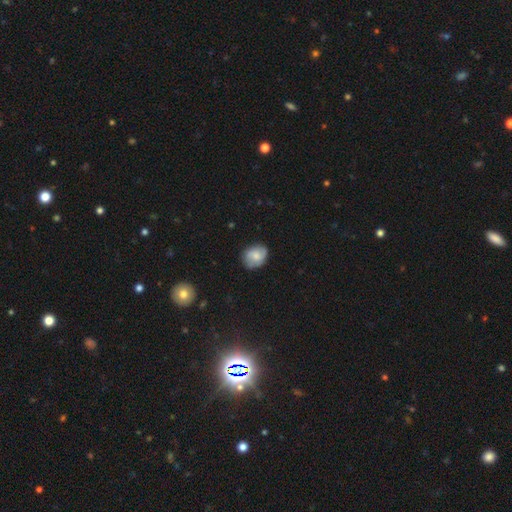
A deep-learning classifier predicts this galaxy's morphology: Smooth or featured? smooth (68%)
How rounded? in between (51%)
Merging? none (75%)